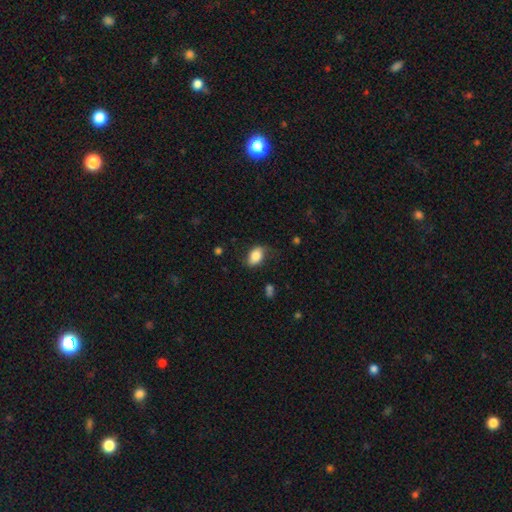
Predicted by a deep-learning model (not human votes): smooth_or_featured: smooth (p=0.81) [alt: featured or disk p=0.12]
how_rounded: in between (p=0.85) [alt: round p=0.13]
merging: none (p=0.67) [alt: minor disturbance p=0.24]